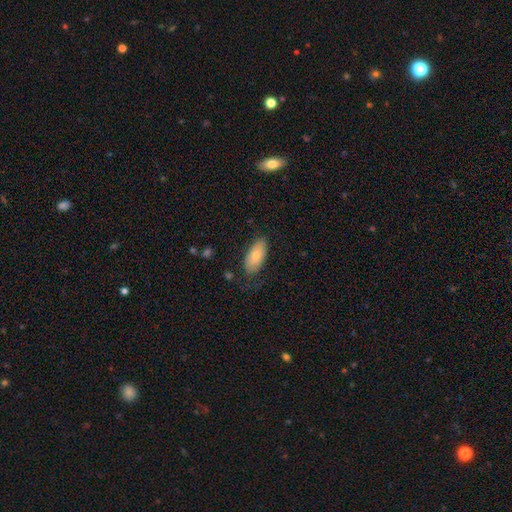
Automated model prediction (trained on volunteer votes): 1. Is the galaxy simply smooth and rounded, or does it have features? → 77% smooth, 17% featured or disk, 6% star or artifact.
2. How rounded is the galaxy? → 92% in between, 6% cigar-shaped, 2% round.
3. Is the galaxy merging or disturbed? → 67% none, 24% minor disturbance, 7% major disturbance, 1% merger.